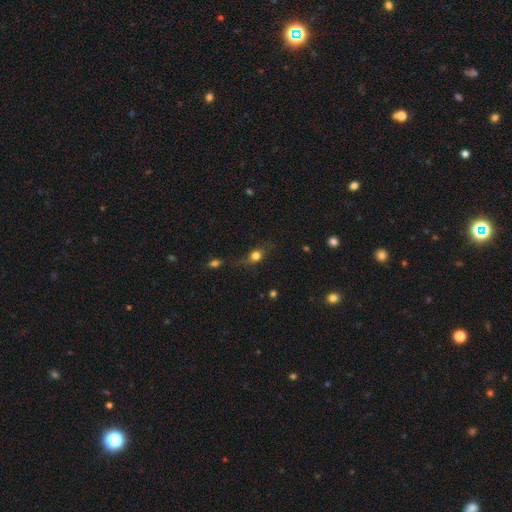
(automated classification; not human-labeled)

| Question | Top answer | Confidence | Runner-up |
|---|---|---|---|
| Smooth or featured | smooth | 67% | featured or disk (19%) |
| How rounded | round | 47% | in between (44%) |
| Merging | none | 58% | minor disturbance (23%) |